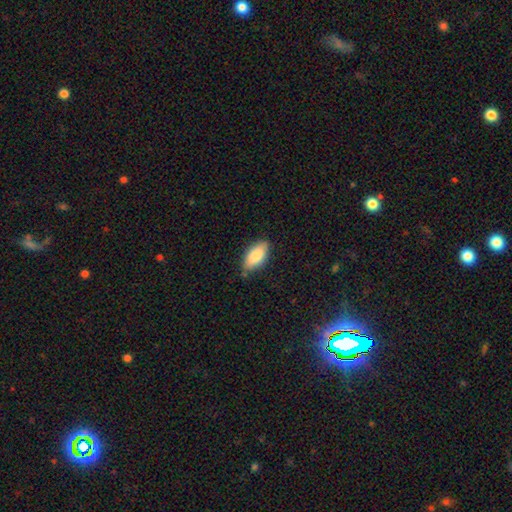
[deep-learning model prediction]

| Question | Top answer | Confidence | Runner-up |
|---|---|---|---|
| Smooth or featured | smooth | 84% | featured or disk (10%) |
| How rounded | in between | 91% | cigar-shaped (7%) |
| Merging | none | 79% | minor disturbance (16%) |